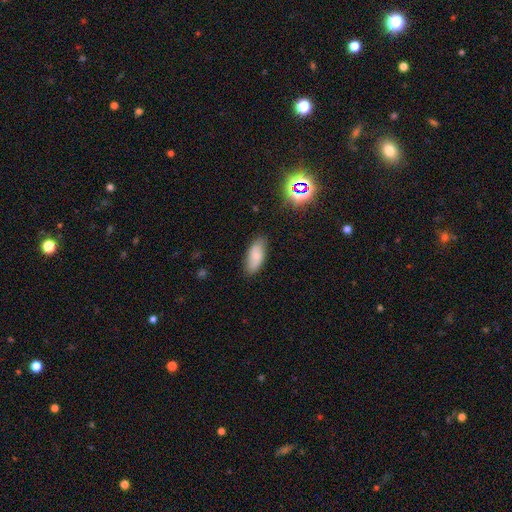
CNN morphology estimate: Smooth or featured? smooth (75%)
How rounded? in between (84%)
Merging? none (82%)